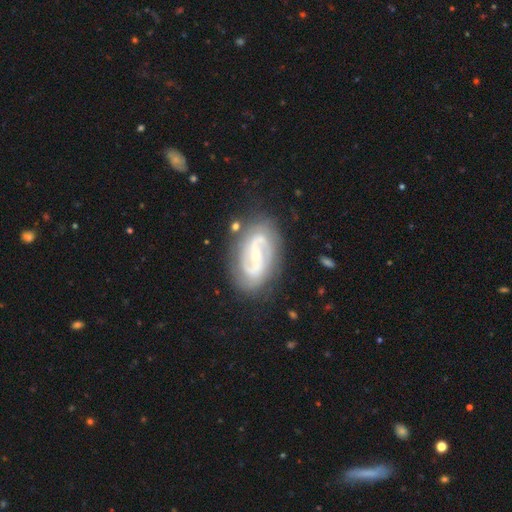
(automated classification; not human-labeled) Overall: featured or disk (86%). Edge-on disk: no (96%). Bar: weak (42%; strong 32%). Spiral arms: yes (95%). Spiral arm count: 2 (85%). Spiral winding: medium (46%; tight 36%). Bulge size: small (66%; moderate 29%). Merging: none (80%).